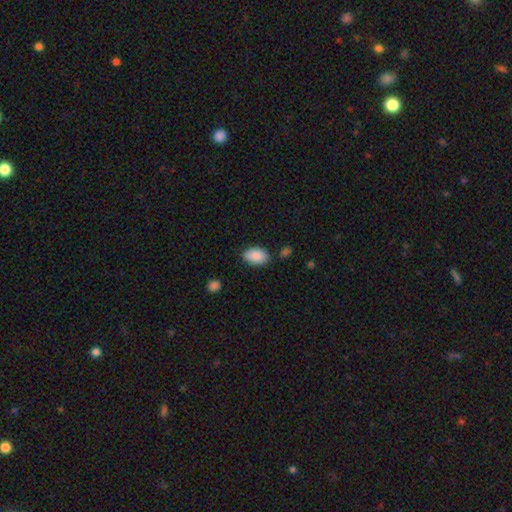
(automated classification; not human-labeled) The model was most divided on "merging": none: 80%, minor disturbance: 14%, major disturbance: 3%, merger: 3%. More confident: how rounded — in between (92%); smooth or featured — smooth (89%).